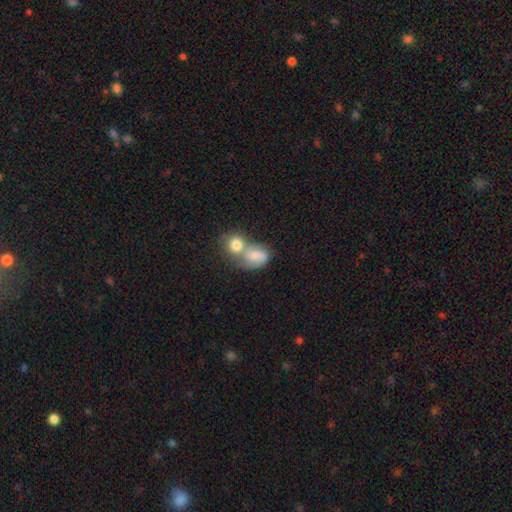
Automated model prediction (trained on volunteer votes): Morphology: type=smooth (51%); roundness=in between (50%); merging=merger (65%).